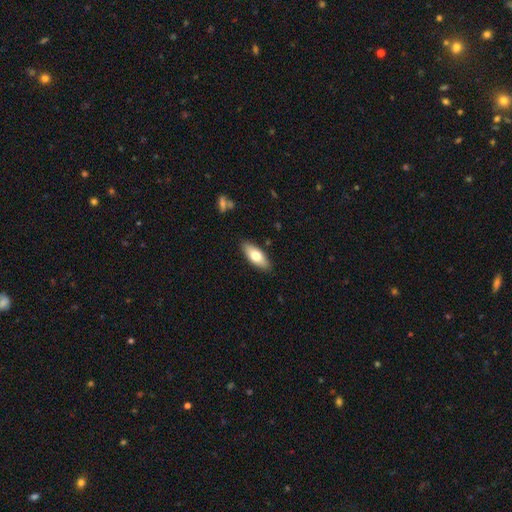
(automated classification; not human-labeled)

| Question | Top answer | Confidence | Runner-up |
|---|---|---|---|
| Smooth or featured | smooth | 71% | featured or disk (23%) |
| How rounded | in between | 77% | cigar-shaped (20%) |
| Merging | none | 87% | minor disturbance (10%) |